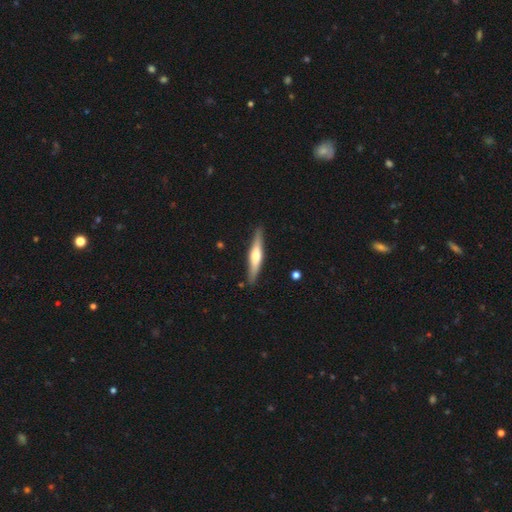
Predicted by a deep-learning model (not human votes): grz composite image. It shows a featured or disk galaxy (57%) viewed edge-on (96%) with a rounded central bulge (84%). Merging: none (88%).